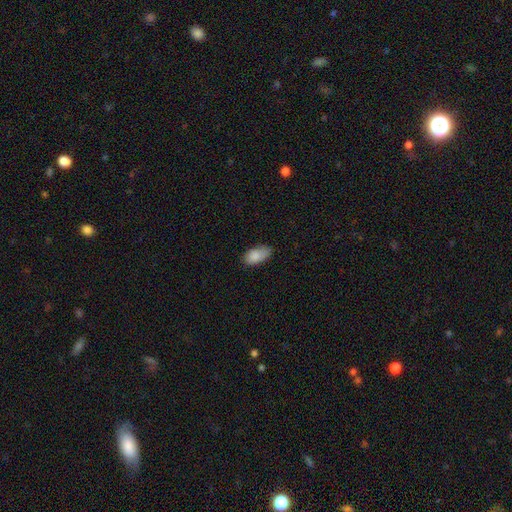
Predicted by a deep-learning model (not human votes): Smooth or featured? smooth (86%)
How rounded? in between (93%)
Merging? none (66%)